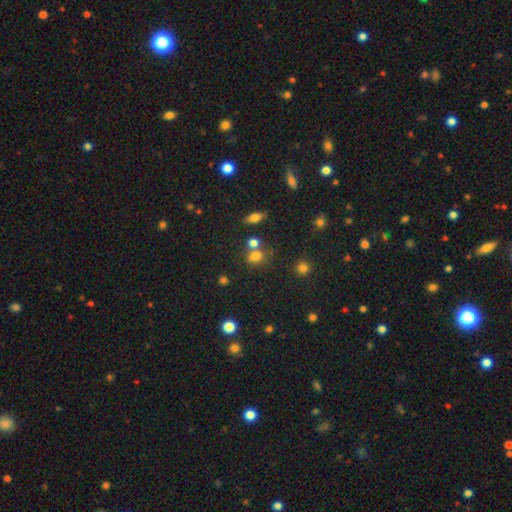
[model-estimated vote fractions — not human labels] Smooth or featured?
  - smooth: 70% *
  - star or artifact: 19%
  - featured or disk: 11%
How rounded?
  - round: 56% *
  - in between: 42%
  - cigar-shaped: 2%
Merging?
  - none: 49% *
  - merger: 32%
  - minor disturbance: 13%
  - major disturbance: 6%